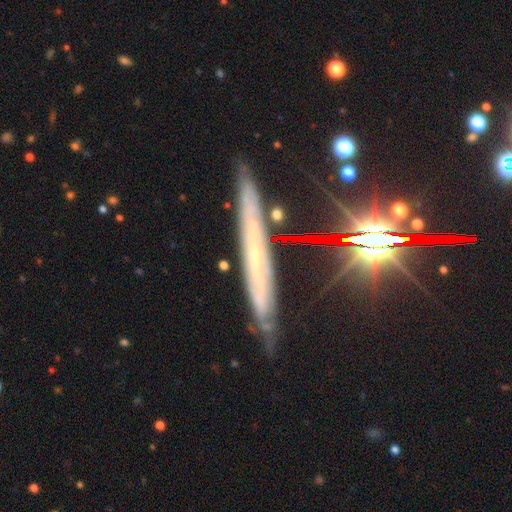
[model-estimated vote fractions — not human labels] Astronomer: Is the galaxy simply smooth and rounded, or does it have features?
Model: featured or disk — 60%.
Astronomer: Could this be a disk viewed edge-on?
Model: yes — 84%.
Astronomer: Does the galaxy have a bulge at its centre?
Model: none — 74%.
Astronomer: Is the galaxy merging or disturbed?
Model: none — 77%.